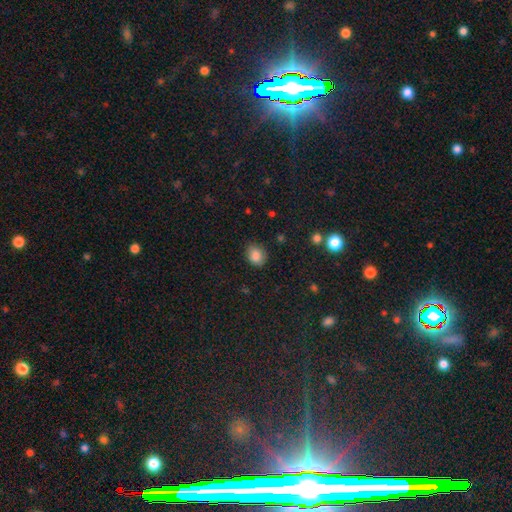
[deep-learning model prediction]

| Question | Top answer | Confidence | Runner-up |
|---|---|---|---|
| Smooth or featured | smooth | 85% | star or artifact (10%) |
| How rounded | round | 53% | in between (46%) |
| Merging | none | 77% | minor disturbance (18%) |